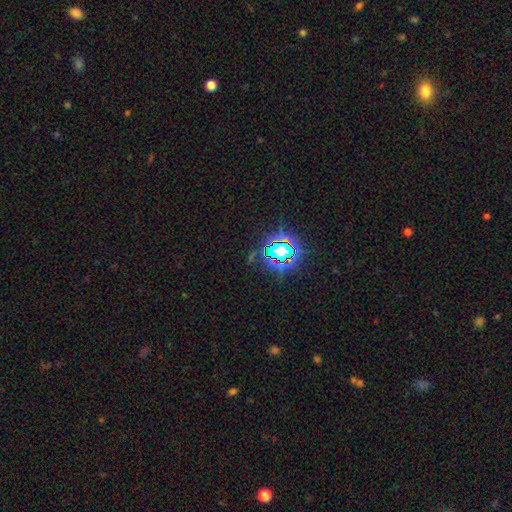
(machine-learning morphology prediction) This is likely a star or artifact rather than a galaxy (77%).